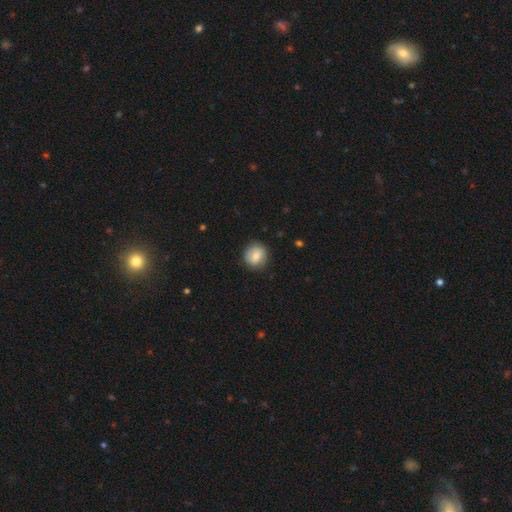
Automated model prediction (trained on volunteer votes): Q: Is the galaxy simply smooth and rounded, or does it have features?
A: smooth — 78%.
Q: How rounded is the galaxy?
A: round — 85%.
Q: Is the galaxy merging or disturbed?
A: none — 86%.